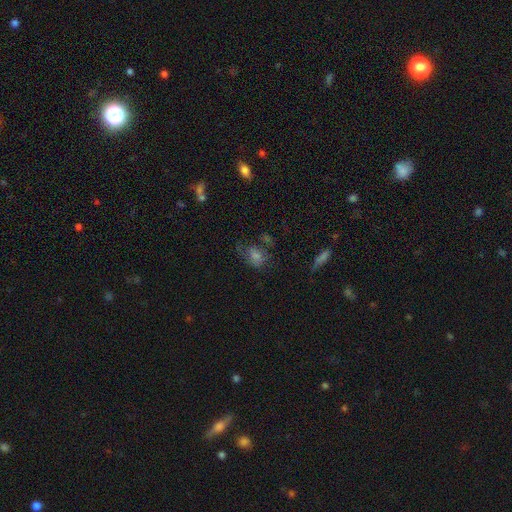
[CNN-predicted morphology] A smooth galaxy with no disk features (54%) that is in between round and cigar-shaped (65%). Merging: none (51%).